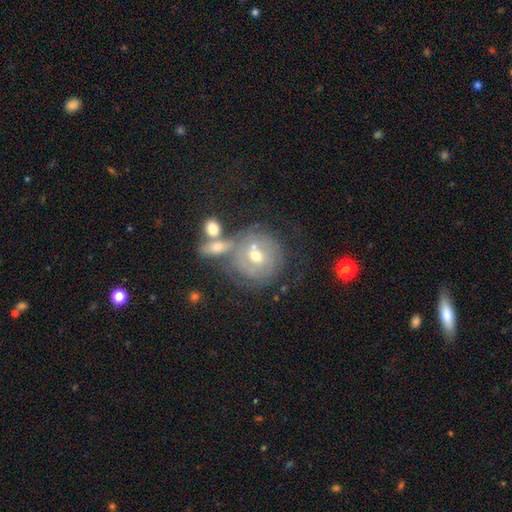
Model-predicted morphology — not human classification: featured or disk 63%, smooth 29%, star or artifact 9%. Down the decision tree: edge-on disk — no (96%); bar — no (65%); spiral arms — yes (66%); bulge size — moderate (63%); merging — none (46%).